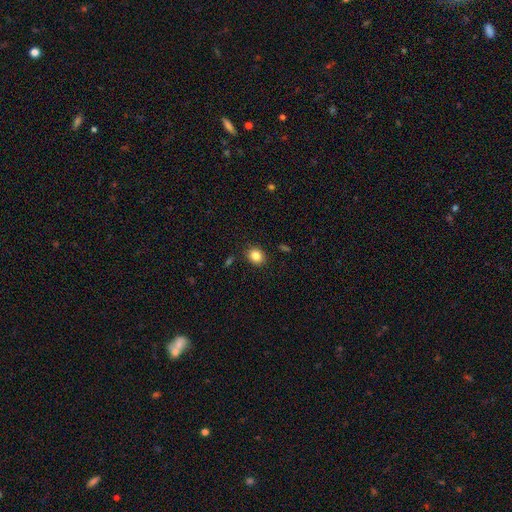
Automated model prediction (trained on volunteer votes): Smooth or featured: smooth — 84% (star or artifact — 10%)
How rounded: round — 57% (in between — 42%)
Merging: none — 88% (minor disturbance — 8%)